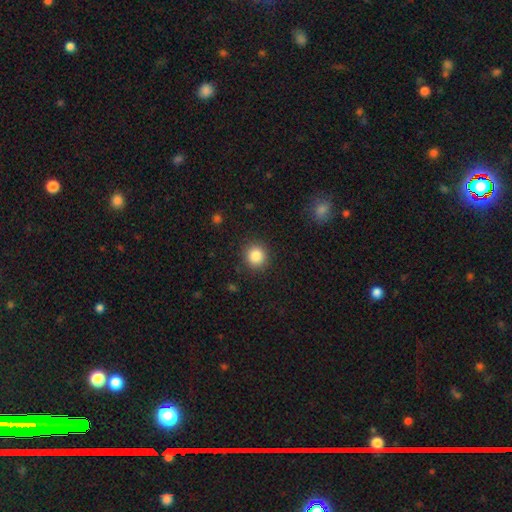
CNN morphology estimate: smooth 86%, star or artifact 10%, featured or disk 5%. Down the decision tree: how rounded — round (90%); merging — none (90%).